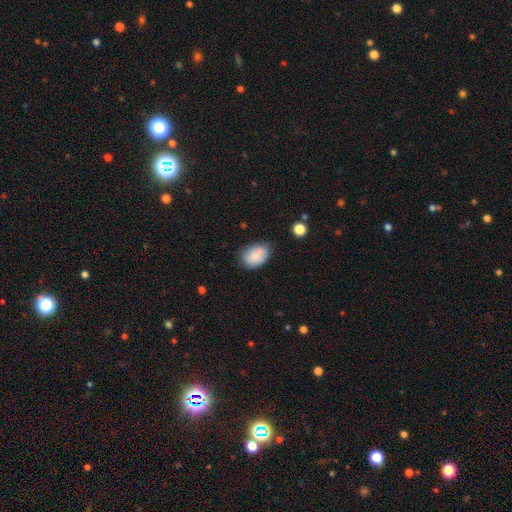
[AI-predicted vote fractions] Smooth or featured?
  - smooth: 80% *
  - featured or disk: 12%
  - star or artifact: 8%
How rounded?
  - in between: 78% *
  - round: 20%
  - cigar-shaped: 1%
Merging?
  - none: 61% *
  - minor disturbance: 26%
  - merger: 6%
  - major disturbance: 6%